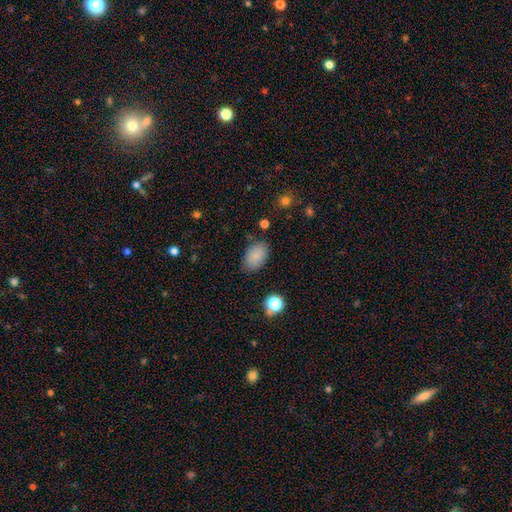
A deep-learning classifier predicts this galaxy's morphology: smooth_or_featured: smooth (p=0.84) [alt: star or artifact p=0.09]
how_rounded: in between (p=0.88) [alt: round p=0.11]
merging: none (p=0.80) [alt: minor disturbance p=0.14]